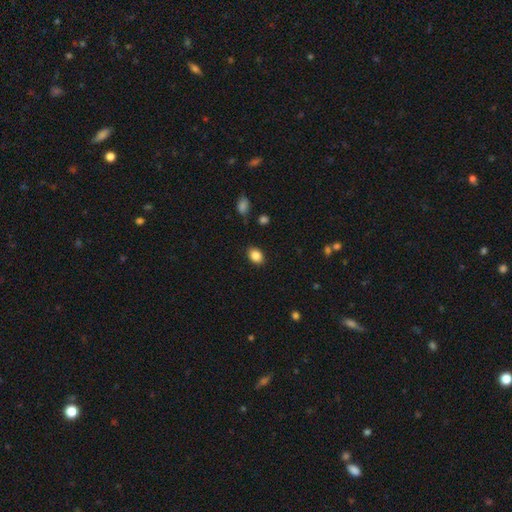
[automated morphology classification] smooth-or-featured: smooth: 87% | star or artifact: 9% | featured or disk: 4%
  how-rounded: in between: 71% | round: 28% | cigar-shaped: 1%
  merging: none: 87% | minor disturbance: 9% | major disturbance: 3% | merger: 1%